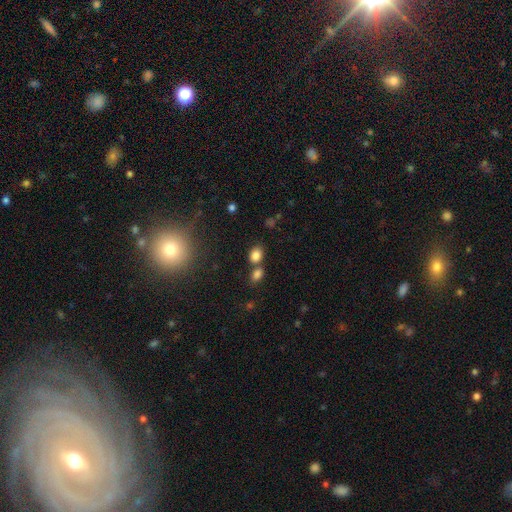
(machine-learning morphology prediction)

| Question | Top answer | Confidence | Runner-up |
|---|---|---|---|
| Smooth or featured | smooth | 82% | star or artifact (12%) |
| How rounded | in between | 67% | round (32%) |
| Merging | none | 54% | merger (33%) |